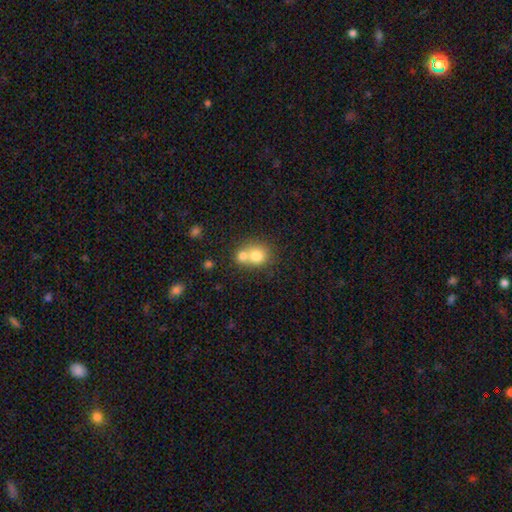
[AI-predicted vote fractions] This appears to be a smooth galaxy with no disk features (75%) that is round (75%). Merging: merger (60%).